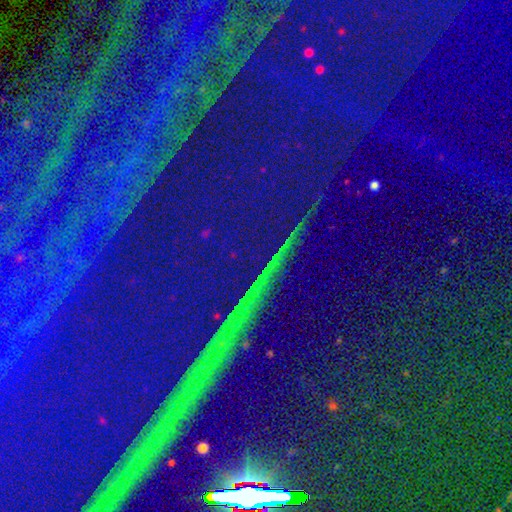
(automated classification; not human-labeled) A star or artifact, not a galaxy (84%).

Vote fractions:
- Smooth or featured? star or artifact: 84% / featured or disk: 8% / smooth: 8%